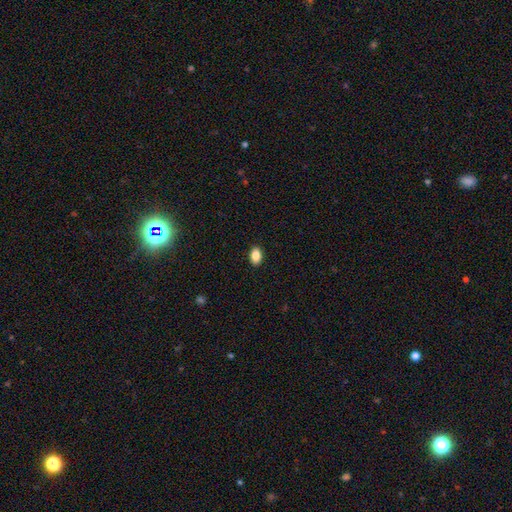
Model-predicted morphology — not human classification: Smooth or featured? Predicted: smooth (p=0.86). How rounded? Predicted: in between (p=0.87). Merging? Predicted: none (p=0.90).